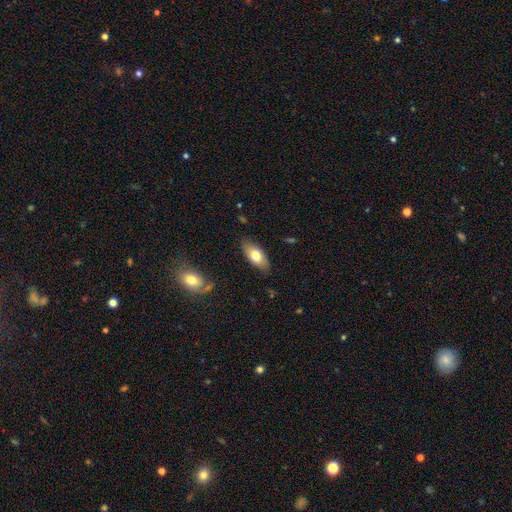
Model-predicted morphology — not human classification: Smooth or featured: smooth — 72% (featured or disk — 21%)
How rounded: in between — 88% (cigar-shaped — 9%)
Merging: none — 82% (minor disturbance — 13%)